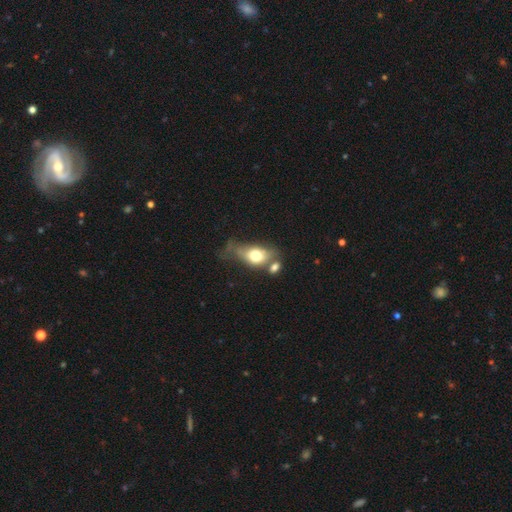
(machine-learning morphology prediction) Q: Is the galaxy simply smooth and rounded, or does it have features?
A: smooth — 67%.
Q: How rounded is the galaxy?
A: in between — 75%.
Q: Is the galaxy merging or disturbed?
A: merger — 31%.